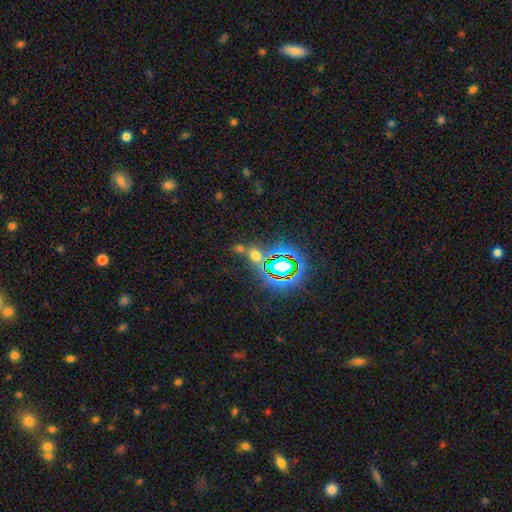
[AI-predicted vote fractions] A star or artifact, not a galaxy (52%).

Vote fractions:
- Smooth or featured? star or artifact: 52% / smooth: 38% / featured or disk: 11%